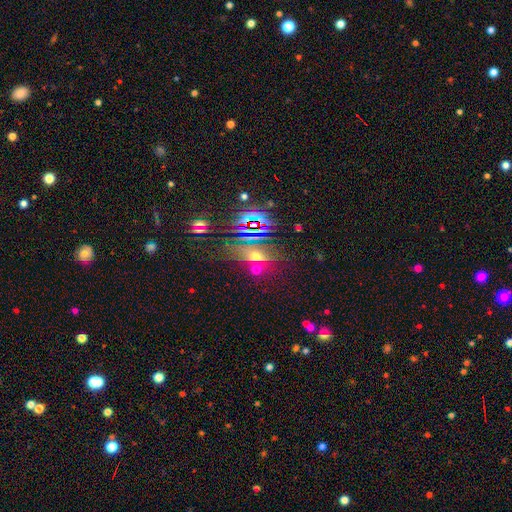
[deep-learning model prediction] A star or artifact, not a galaxy (50%).

Vote fractions:
- Smooth or featured? star or artifact: 50% / smooth: 38% / featured or disk: 12%